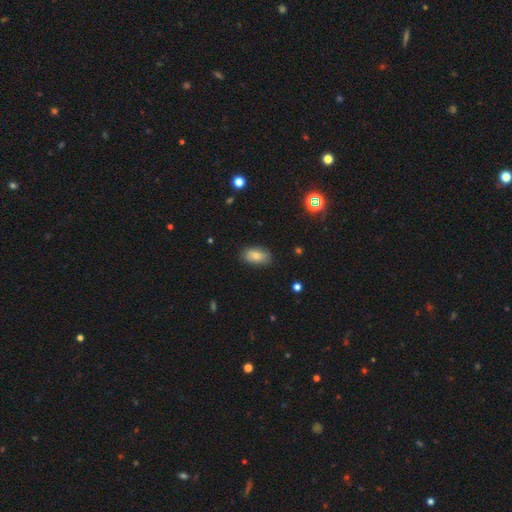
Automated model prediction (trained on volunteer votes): A smooth galaxy with no disk features (79%) that is in between round and cigar-shaped (92%). Merging: none (82%).